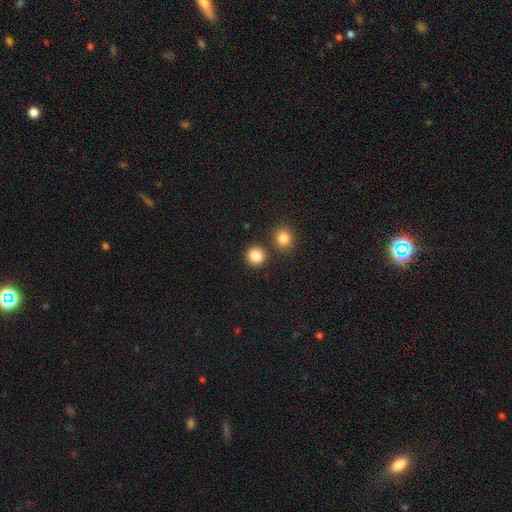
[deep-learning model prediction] Smooth or featured? Predicted: smooth (p=0.85). How rounded? Predicted: round (p=0.89). Merging? Predicted: none (p=0.82).